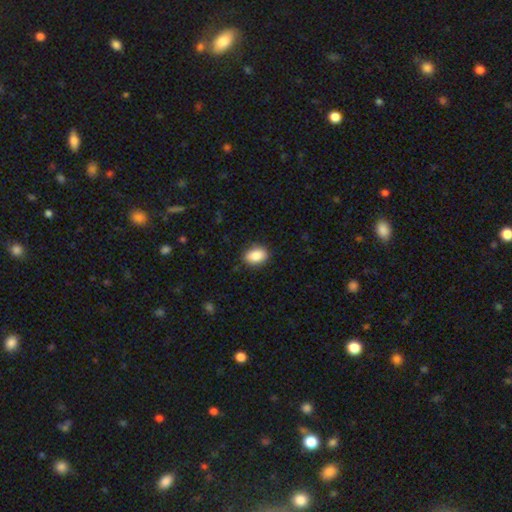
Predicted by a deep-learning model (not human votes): A smooth galaxy with no disk features (88%) that is in between round and cigar-shaped (81%). Merging: none (86%).